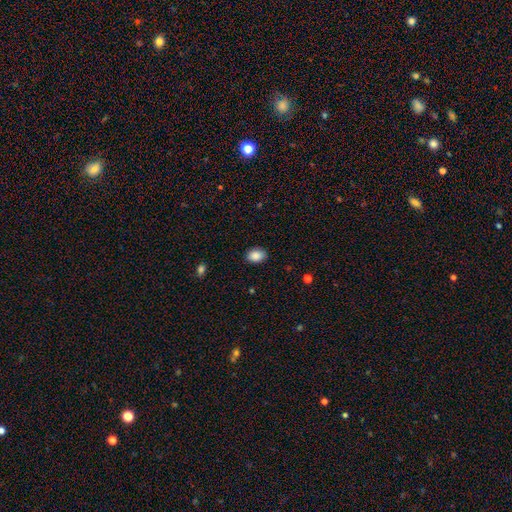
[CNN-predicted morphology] Smooth or featured?
  - smooth: 88% *
  - star or artifact: 8%
  - featured or disk: 4%
How rounded?
  - in between: 76% *
  - round: 23%
  - cigar-shaped: 1%
Merging?
  - none: 87% *
  - minor disturbance: 10%
  - major disturbance: 2%
  - merger: 1%